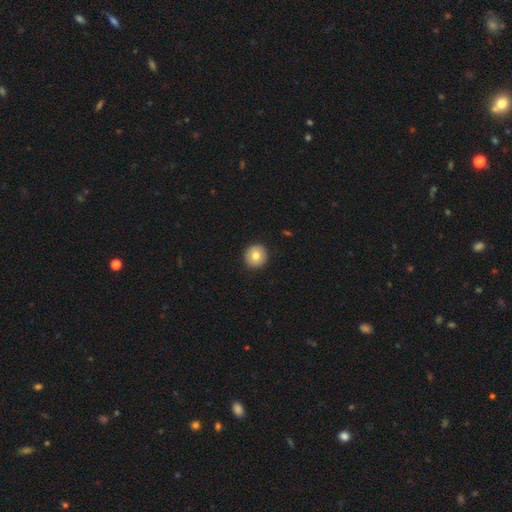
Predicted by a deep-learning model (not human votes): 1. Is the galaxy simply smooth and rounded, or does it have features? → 79% smooth, 13% featured or disk, 8% star or artifact.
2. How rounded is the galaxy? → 95% round, 4% in between, 1% cigar-shaped.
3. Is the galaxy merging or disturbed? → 92% none, 5% minor disturbance, 1% major disturbance, 1% merger.